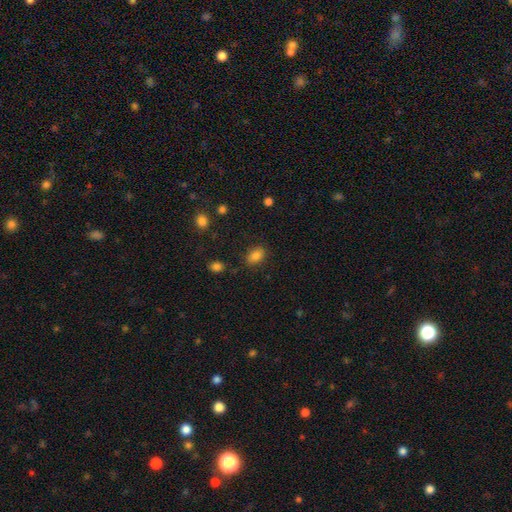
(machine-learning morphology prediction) type=smooth (83%); roundness=in between (85%); merging=none (82%).